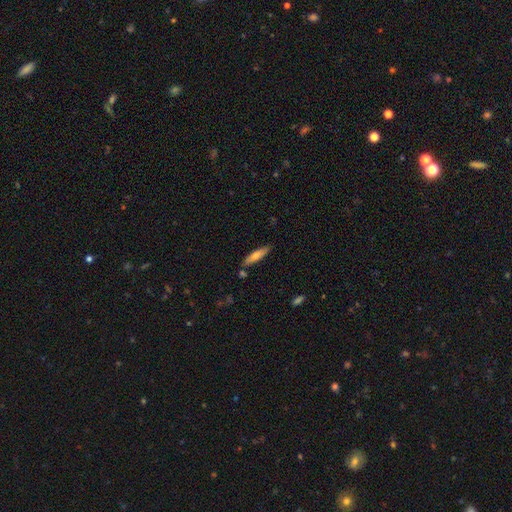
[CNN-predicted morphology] This is likely a smooth galaxy (61%). How rounded: likely cigar-shaped (78%). Merging: clearly none (81%).